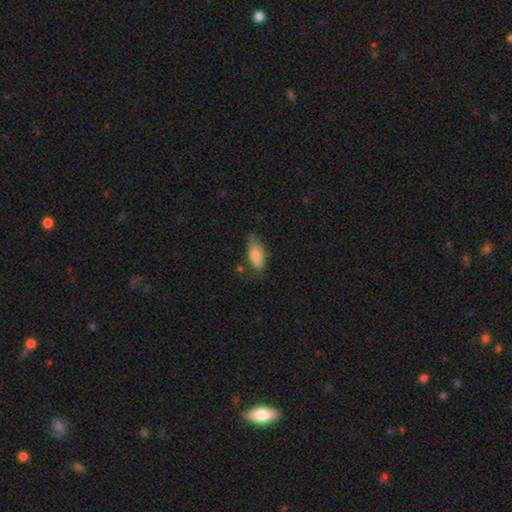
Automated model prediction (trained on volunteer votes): Smooth or featured? smooth (76%)
How rounded? in between (74%)
Merging? none (59%)